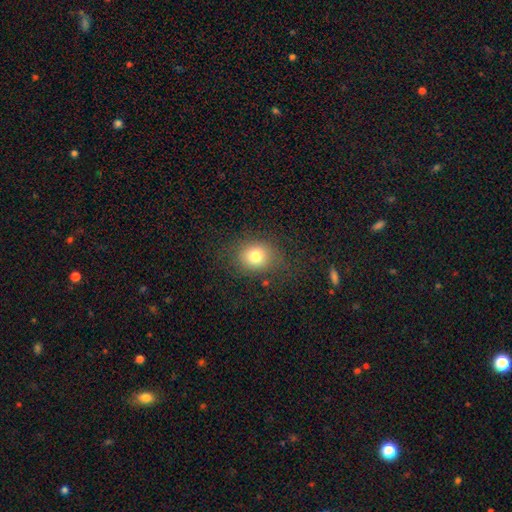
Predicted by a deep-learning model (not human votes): This is likely a smooth galaxy (77%). How rounded: likely round (61%). Merging: likely none (78%).